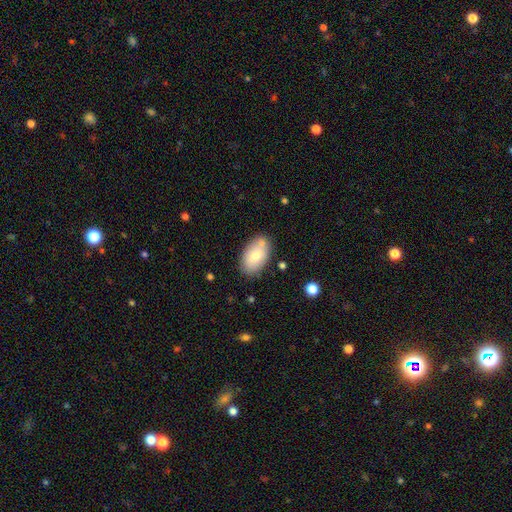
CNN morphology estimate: A smooth galaxy with no disk features (72%) that is in between round and cigar-shaped (92%). Merging: none (73%).